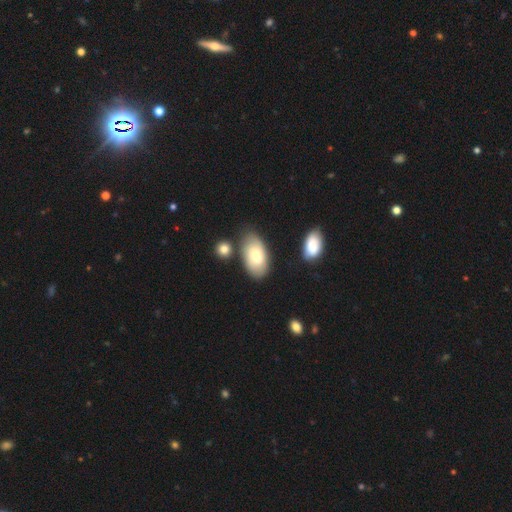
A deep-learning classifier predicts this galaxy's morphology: smooth 69%, featured or disk 25%, star or artifact 6%. Down the decision tree: how rounded — in between (93%); merging — none (74%).